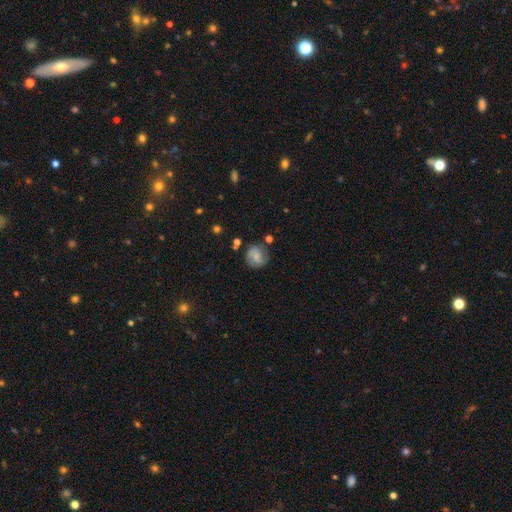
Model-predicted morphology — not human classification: smooth-or-featured: smooth: 49% | featured or disk: 42% | star or artifact: 9%
  merging: none: 69% | minor disturbance: 19% | major disturbance: 7% | merger: 5%